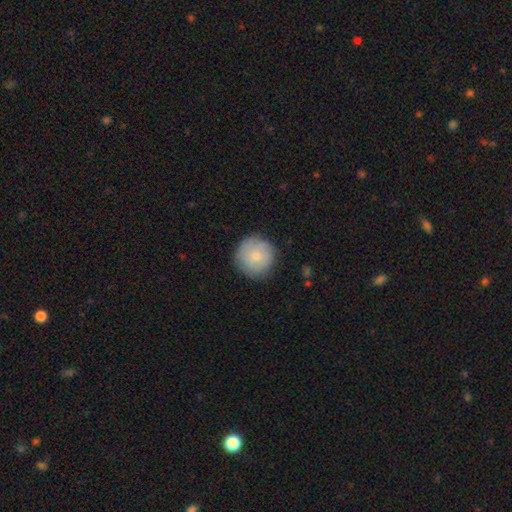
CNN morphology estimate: This appears to be a smooth galaxy with no disk features (75%) that is round (95%). Merging: none (82%).